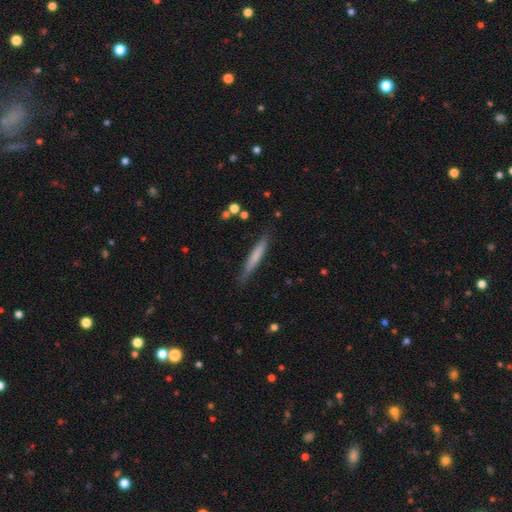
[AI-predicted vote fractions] Smooth or featured? smooth (64%)
How rounded? cigar-shaped (95%)
Merging? none (83%)